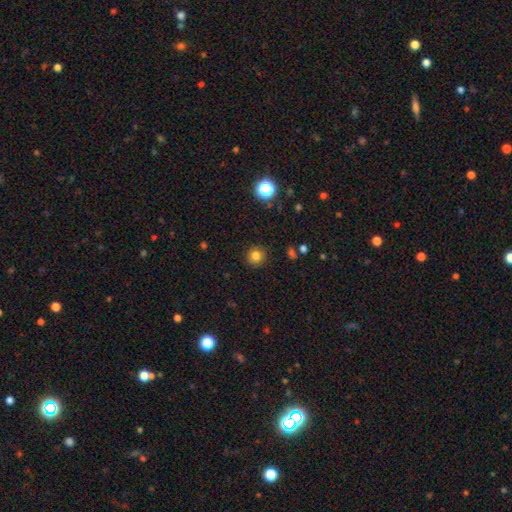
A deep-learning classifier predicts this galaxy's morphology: smooth_or_featured: smooth (p=0.80) [alt: star or artifact p=0.14]
how_rounded: round (p=0.93) [alt: in between p=0.06]
merging: none (p=0.91) [alt: minor disturbance p=0.06]